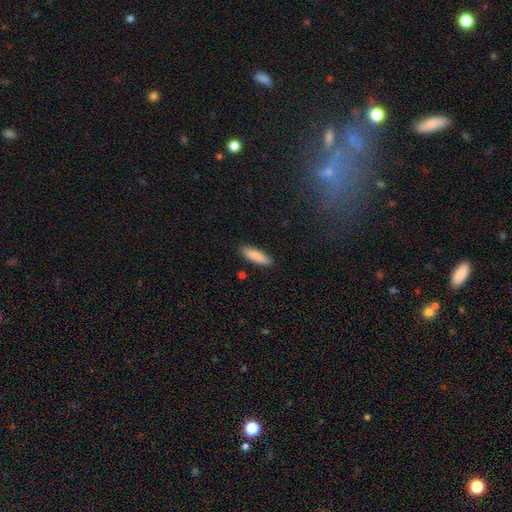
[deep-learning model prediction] Smooth or featured: smooth — 87% (featured or disk — 7%)
How rounded: cigar-shaped — 59% (in between — 40%)
Merging: none — 88% (minor disturbance — 9%)